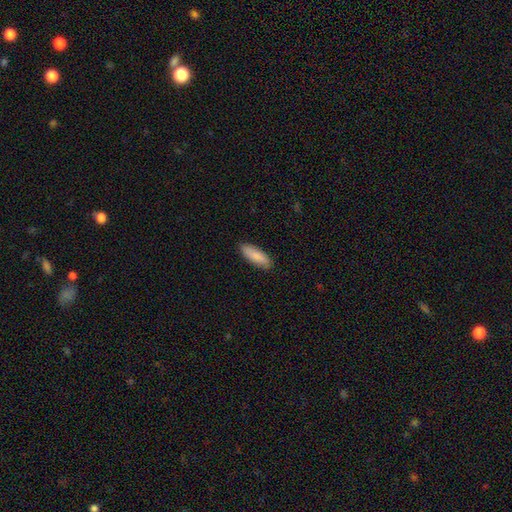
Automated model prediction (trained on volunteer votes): This is clearly a smooth galaxy (88%). How rounded: possibly in between (57%). Merging: clearly none (88%).